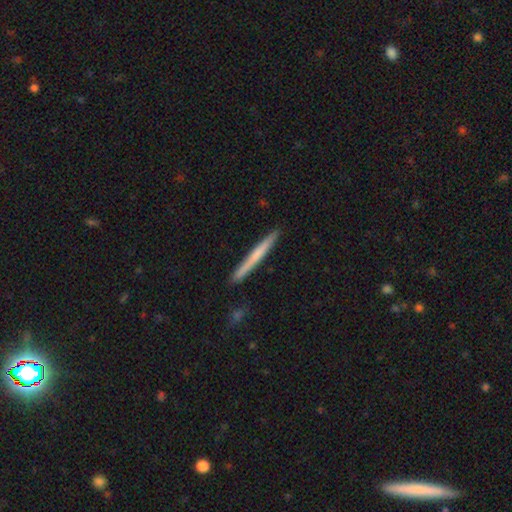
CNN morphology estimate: smooth 57%, featured or disk 38%, star or artifact 5%. Down the decision tree: how rounded — cigar-shaped (97%); merging — none (92%).